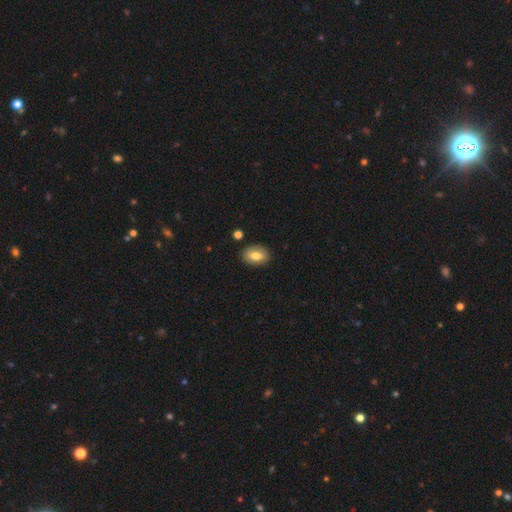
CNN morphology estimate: Smooth or featured? Predicted: smooth (p=0.77). How rounded? Predicted: in between (p=0.82). Merging? Predicted: none (p=0.86).